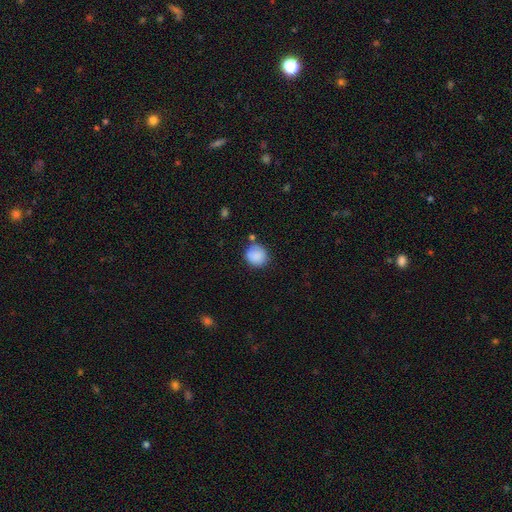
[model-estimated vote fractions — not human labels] Q: Smooth or featured?
A: smooth (87%); runner-up: star or artifact (8%)
Q: How rounded?
A: round (86%); runner-up: in between (13%)
Q: Merging?
A: none (74%); runner-up: minor disturbance (16%)